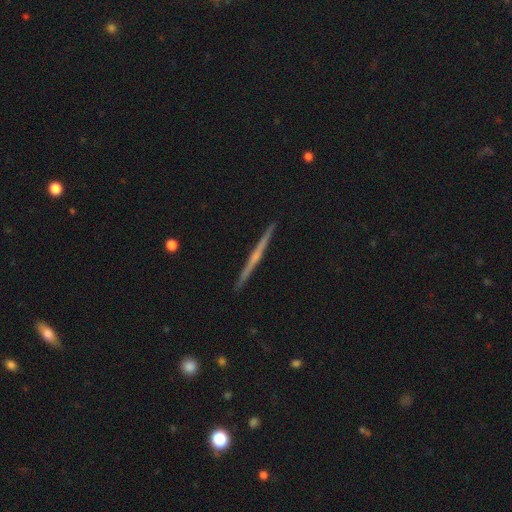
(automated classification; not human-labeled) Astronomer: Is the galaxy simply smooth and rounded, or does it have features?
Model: featured or disk — 75%.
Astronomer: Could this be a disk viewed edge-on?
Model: yes — 98%.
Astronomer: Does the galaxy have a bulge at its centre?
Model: none — 47% (runner-up: rounded, 46%).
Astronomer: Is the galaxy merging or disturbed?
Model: none — 93%.